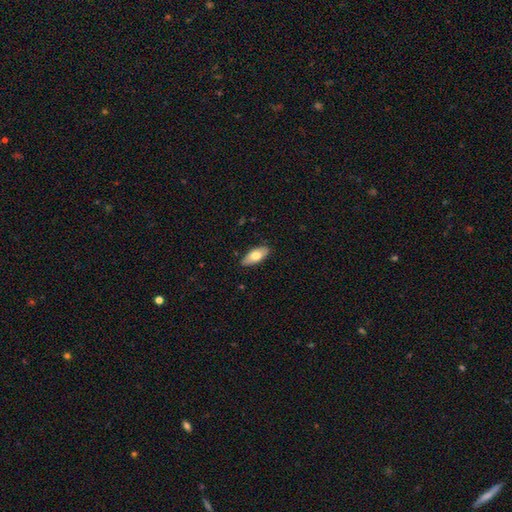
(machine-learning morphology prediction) Smooth or featured: smooth — 70% (featured or disk — 24%)
How rounded: in between — 85% (cigar-shaped — 12%)
Merging: none — 87% (minor disturbance — 10%)